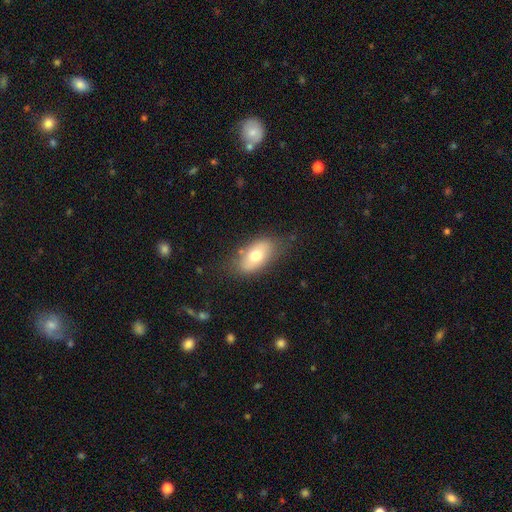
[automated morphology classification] This appears to be a smooth galaxy with no disk features (68%) that is in between round and cigar-shaped (91%). Merging: none (74%).